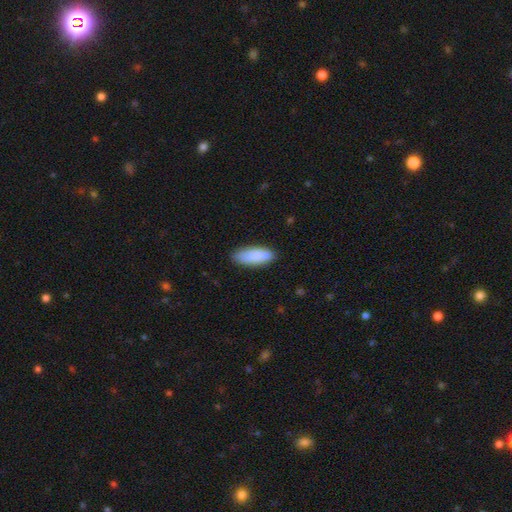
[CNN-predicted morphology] A smooth galaxy with no disk features (88%) that is in between round and cigar-shaped (71%). Merging: none (84%).